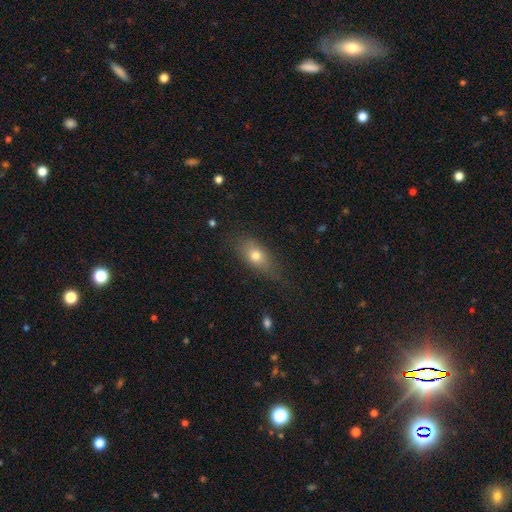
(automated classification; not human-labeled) Smooth or featured? smooth (74%)
How rounded? in between (77%)
Merging? none (66%)